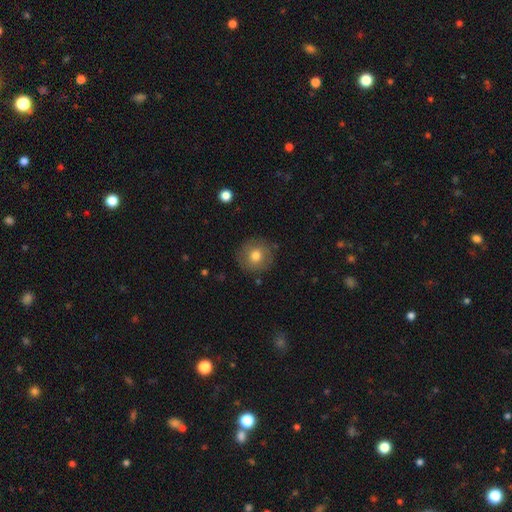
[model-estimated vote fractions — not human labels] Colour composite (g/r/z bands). It shows a smooth galaxy with no disk features (75%) that is round (92%). Merging: none (86%).